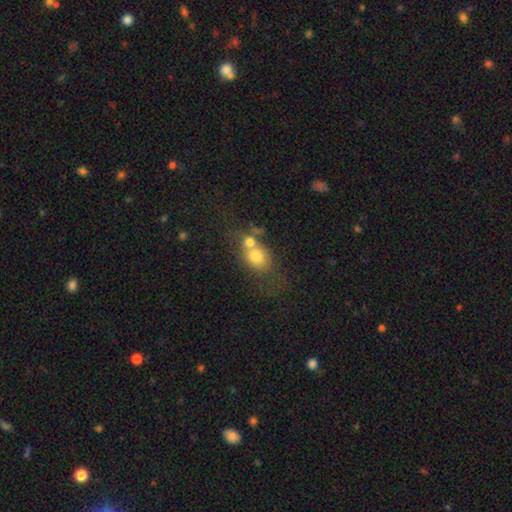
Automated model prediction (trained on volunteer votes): smooth_or_featured: smooth (p=0.70) [alt: featured or disk p=0.18]
how_rounded: round (p=0.50) [alt: in between p=0.48]
merging: merger (p=0.51) [alt: none p=0.31]